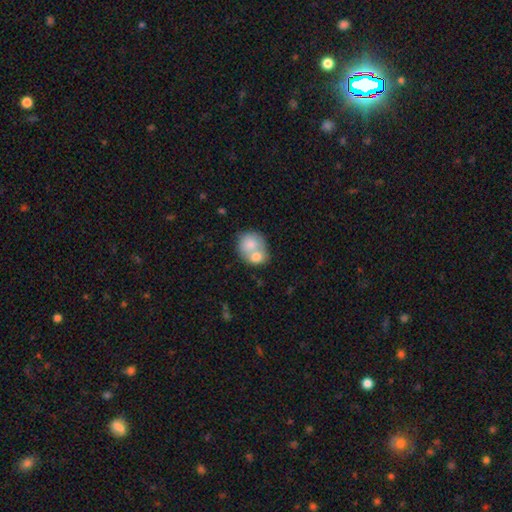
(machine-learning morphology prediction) A smooth galaxy with no disk features (76%) that is round (67%).

Vote fractions:
- Smooth or featured? smooth: 76% / featured or disk: 18% / star or artifact: 7%
- How rounded? round: 67% / in between: 32% / cigar-shaped: 1%
- Merging? merger: 66% / none: 23% / minor disturbance: 7% / major disturbance: 3%